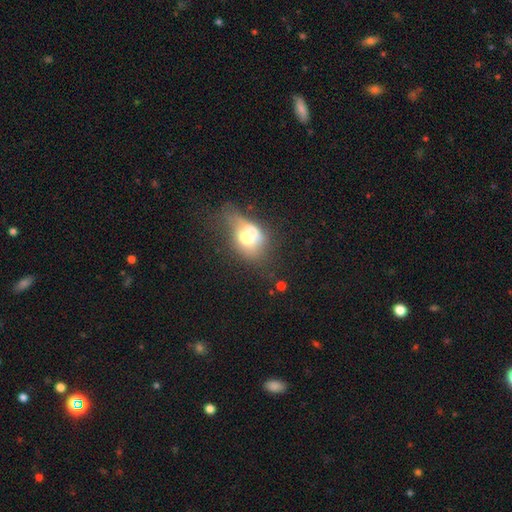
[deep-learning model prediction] A smooth galaxy with no disk features (51%) that is in between round and cigar-shaped (57%).

Vote fractions:
- Smooth or featured? smooth: 51% / featured or disk: 33% / star or artifact: 16%
- How rounded? in between: 57% / round: 39% / cigar-shaped: 4%
- Merging? merger: 39% / none: 27% / major disturbance: 17% / minor disturbance: 17%